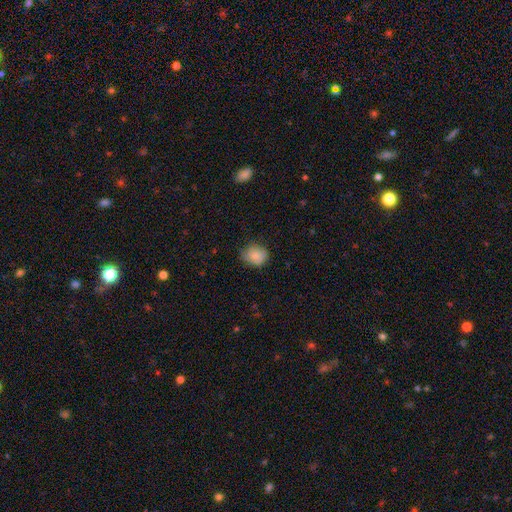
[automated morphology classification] smooth_or_featured: smooth (p=0.81) [alt: featured or disk p=0.12]
how_rounded: round (p=0.60) [alt: in between p=0.39]
merging: none (p=0.65) [alt: minor disturbance p=0.28]